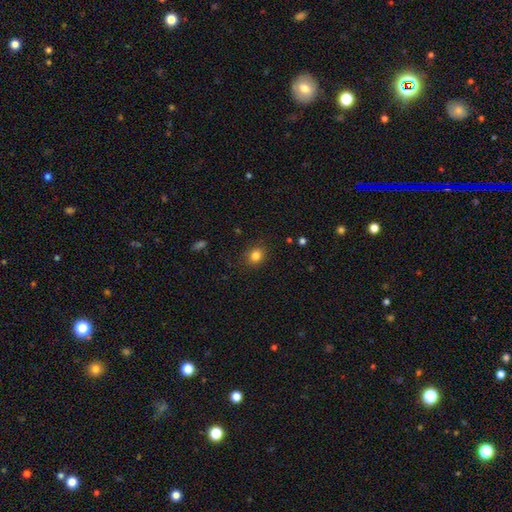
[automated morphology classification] Smooth or featured?
  - smooth: 83% *
  - star or artifact: 12%
  - featured or disk: 5%
How rounded?
  - round: 71% *
  - in between: 28%
  - cigar-shaped: 1%
Merging?
  - none: 87% *
  - minor disturbance: 9%
  - major disturbance: 3%
  - merger: 1%